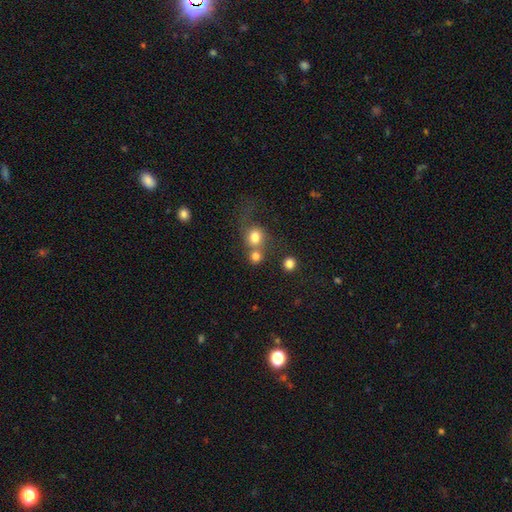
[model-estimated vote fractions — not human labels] Overall: smooth (78%). How rounded: round (82%). Merging: merger (45%; none 42%).